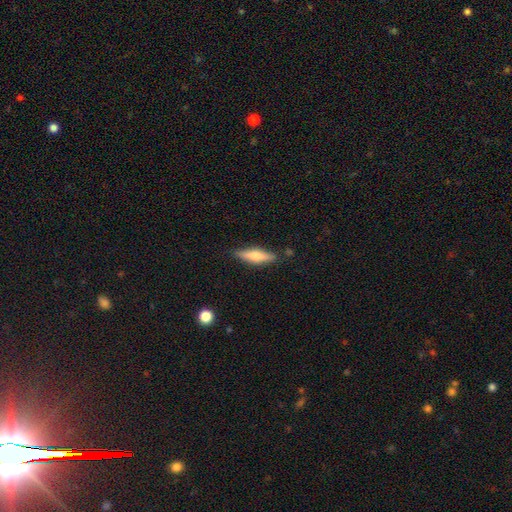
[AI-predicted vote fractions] smooth 60%, featured or disk 33%, star or artifact 6%. Down the decision tree: how rounded — cigar-shaped (69%); merging — none (83%).